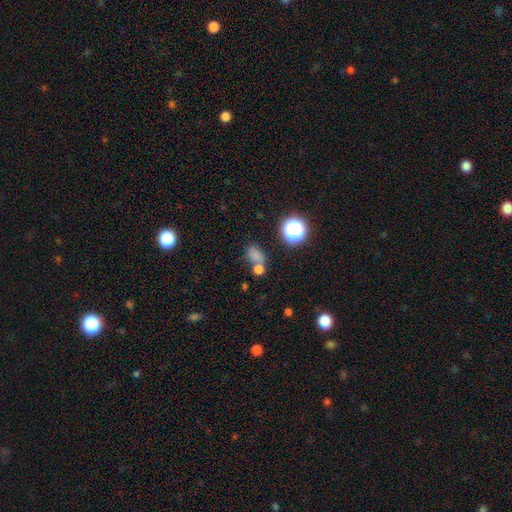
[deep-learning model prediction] Smooth or featured? Predicted: smooth (p=0.70). How rounded? Predicted: in between (p=0.64). Merging? Predicted: none (p=0.47).